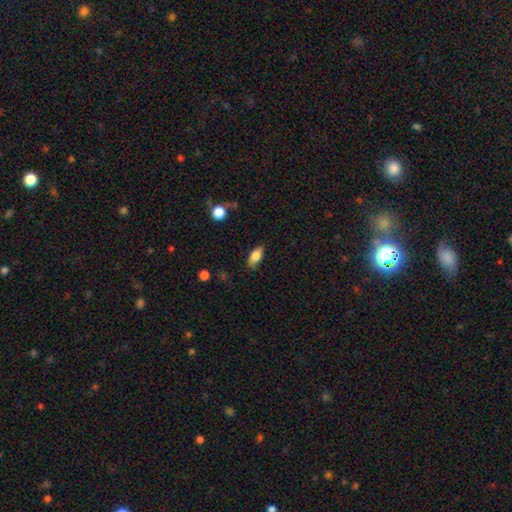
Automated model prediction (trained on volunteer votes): Smooth or featured: smooth — 78% (featured or disk — 14%)
How rounded: in between — 86% (cigar-shaped — 10%)
Merging: none — 78% (minor disturbance — 17%)